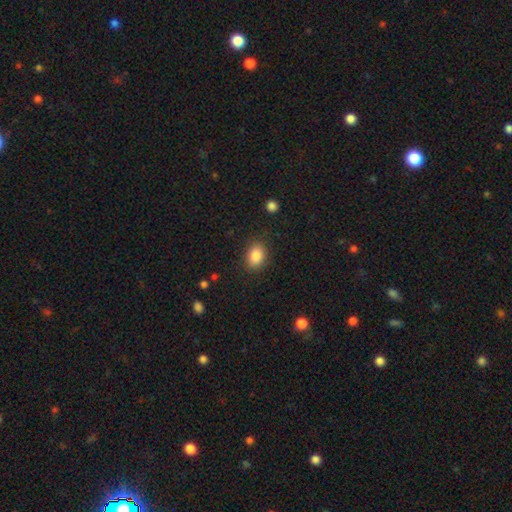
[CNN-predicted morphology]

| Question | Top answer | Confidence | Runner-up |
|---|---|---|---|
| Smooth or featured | smooth | 87% | star or artifact (8%) |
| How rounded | in between | 73% | round (26%) |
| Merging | none | 86% | minor disturbance (10%) |